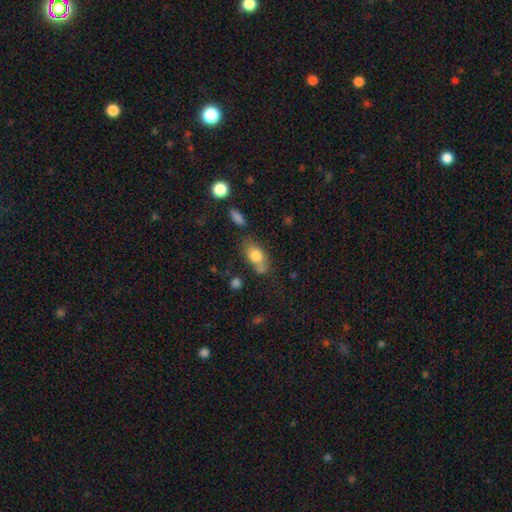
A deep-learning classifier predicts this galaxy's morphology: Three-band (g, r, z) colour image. It shows a smooth galaxy with no disk features (76%) that is in between round and cigar-shaped (81%). Merging: none (54%).